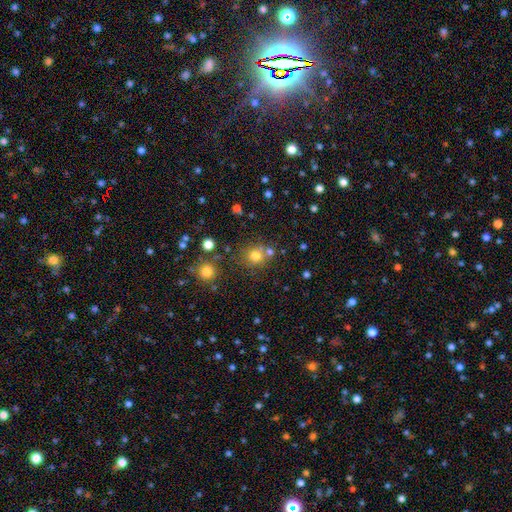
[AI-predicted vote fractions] This appears to be a smooth galaxy with no disk features (75%) that is round (86%). Merging: none (67%).